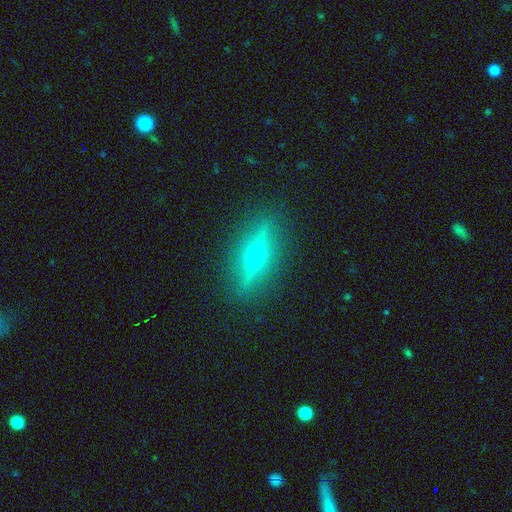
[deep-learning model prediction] A featured or disk galaxy (78%) viewed edge-on (93%) with a rounded central bulge (96%). Merging: none (89%).